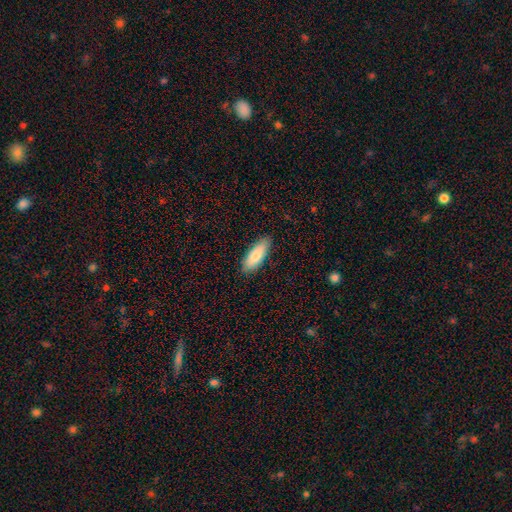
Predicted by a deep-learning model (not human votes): smooth-or-featured: smooth: 81% | featured or disk: 13% | star or artifact: 6%
  how-rounded: in between: 64% | cigar-shaped: 35% | round: 2%
  merging: none: 87% | minor disturbance: 10% | major disturbance: 2% | merger: 1%